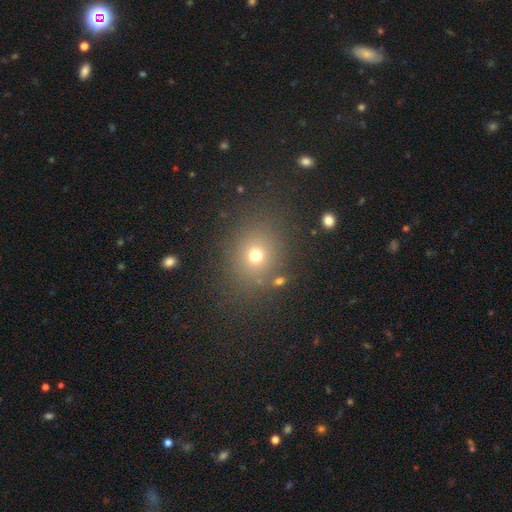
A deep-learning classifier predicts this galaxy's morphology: This is likely a smooth galaxy (69%). How rounded: likely round (68%). Merging: clearly none (81%).